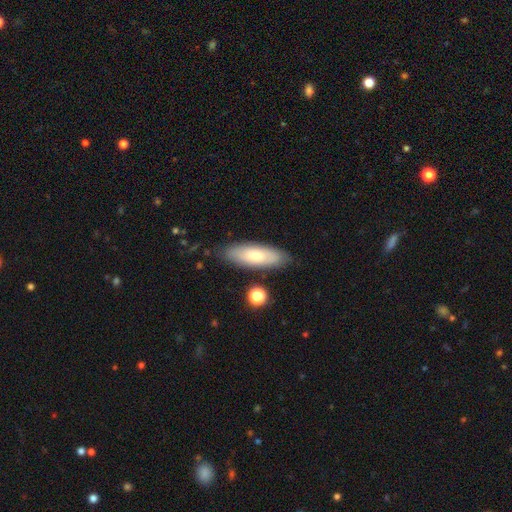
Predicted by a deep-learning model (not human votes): Morphology: type=smooth (70%); roundness=in between (62%); merging=none (82%).